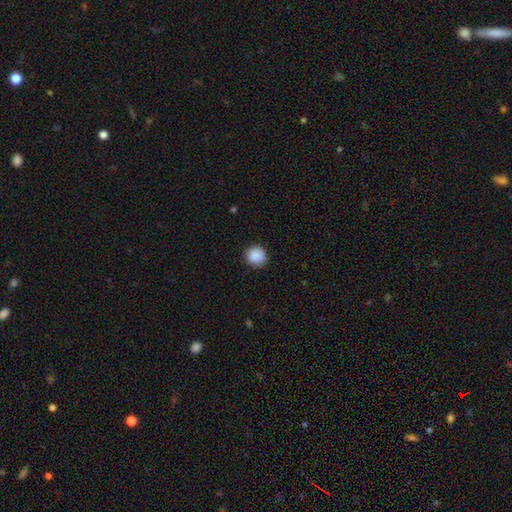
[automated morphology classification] A smooth galaxy with no disk features (89%) that is round (94%). Merging: none (90%).